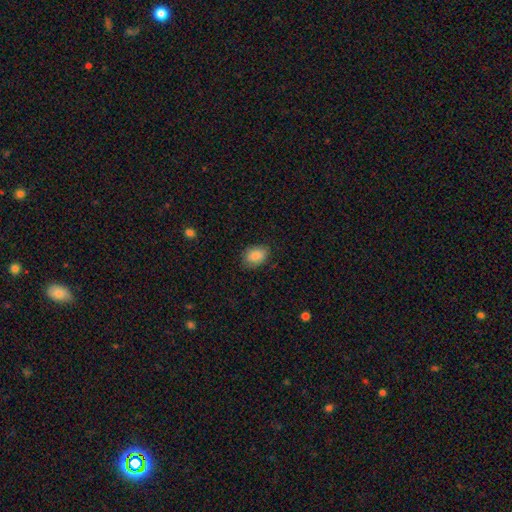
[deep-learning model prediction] The model was most divided on "how rounded": in between: 78%, round: 21%, cigar-shaped: 1%. More confident: smooth or featured — smooth (86%); merging — none (82%).